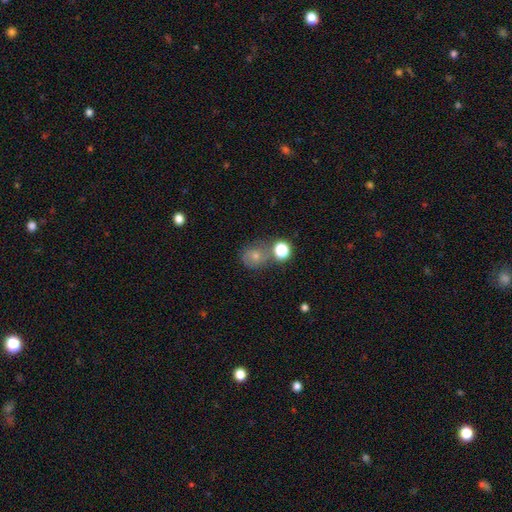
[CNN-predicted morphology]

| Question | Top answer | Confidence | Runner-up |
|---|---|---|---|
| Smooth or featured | smooth | 48% | star or artifact (27%) |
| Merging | none | 64% | merger (15%) |